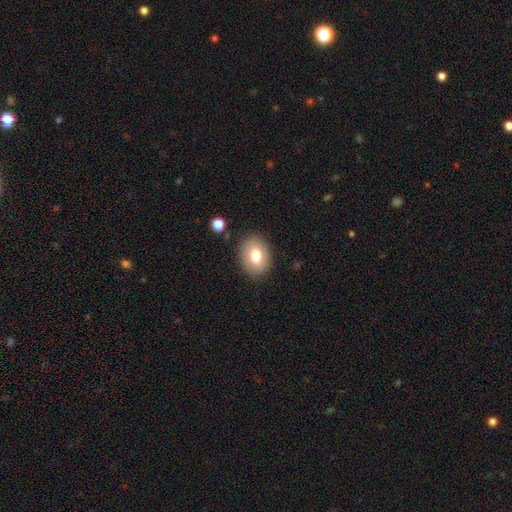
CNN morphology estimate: Smooth or featured? smooth (75%)
How rounded? in between (70%)
Merging? none (86%)